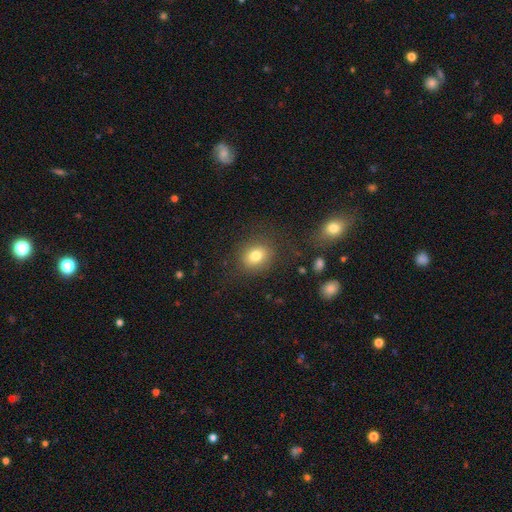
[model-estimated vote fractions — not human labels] The model was most divided on "how rounded": round: 58%, in between: 41%, cigar-shaped: 1%. More confident: merging — none (82%); smooth or featured — smooth (79%).